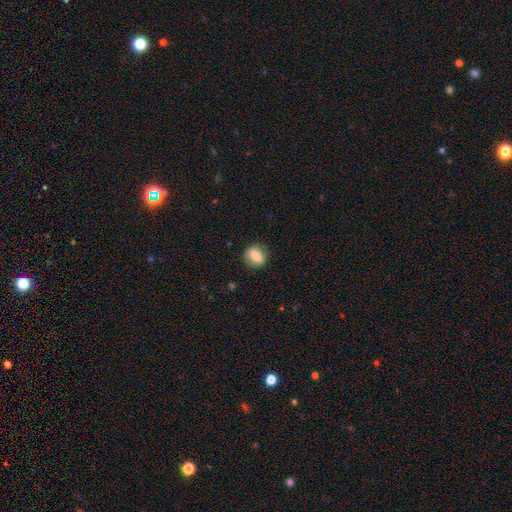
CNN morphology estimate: smooth 76%, featured or disk 16%, star or artifact 8%. Down the decision tree: how rounded — round (60%); merging — none (84%).